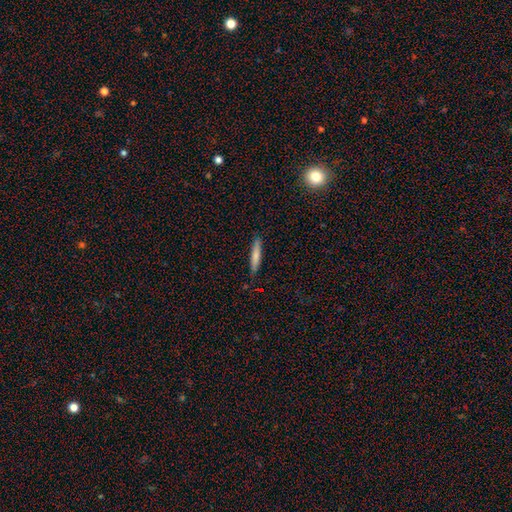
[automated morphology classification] A smooth galaxy with no disk features (74%) that is cigar-shaped (90%).

Vote fractions:
- Smooth or featured? smooth: 74% / featured or disk: 20% / star or artifact: 6%
- How rounded? cigar-shaped: 90% / in between: 9% / round: 1%
- Merging? none: 85% / minor disturbance: 12% / major disturbance: 2% / merger: 1%